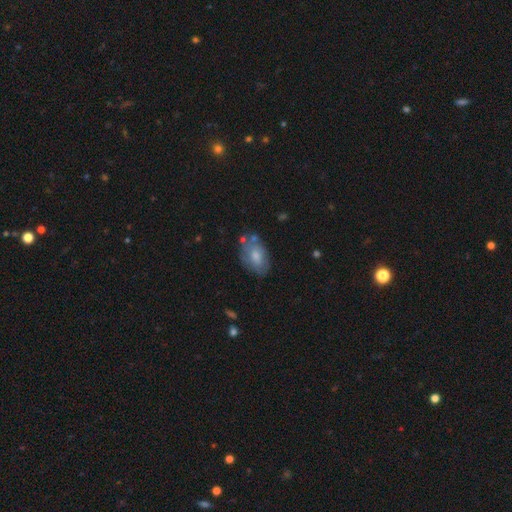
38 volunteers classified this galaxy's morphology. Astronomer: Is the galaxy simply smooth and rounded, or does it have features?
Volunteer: smooth — 76%.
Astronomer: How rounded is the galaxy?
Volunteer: in between — 86%.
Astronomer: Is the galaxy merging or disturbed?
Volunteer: none — 67%.